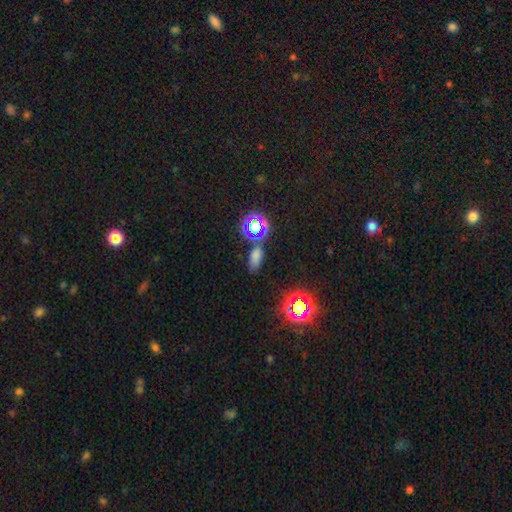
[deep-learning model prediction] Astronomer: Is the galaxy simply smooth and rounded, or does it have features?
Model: smooth — 57% (runner-up: star or artifact, 35%).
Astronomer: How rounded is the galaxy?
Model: in between — 80%.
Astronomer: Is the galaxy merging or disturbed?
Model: none — 72%.